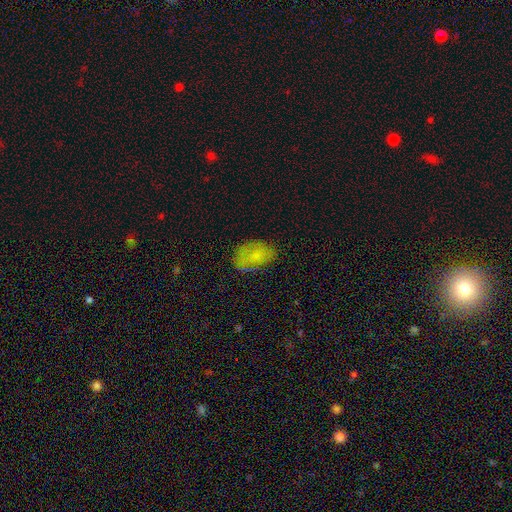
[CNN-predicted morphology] Smooth or featured: smooth — 65% (featured or disk — 22%)
How rounded: in between — 85% (round — 14%)
Merging: none — 65% (minor disturbance — 24%)